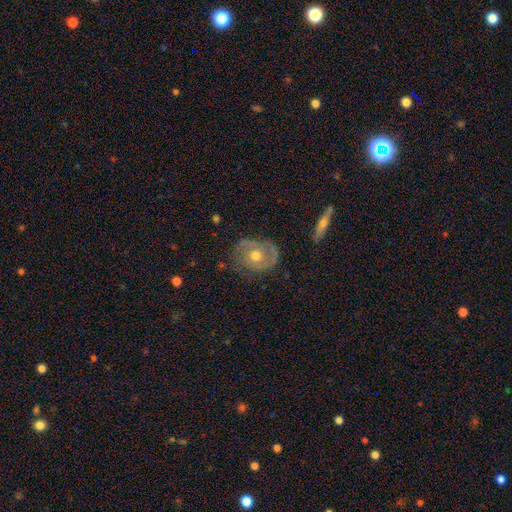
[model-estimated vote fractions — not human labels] Morphology: type=featured or disk (70%); edge-on=no (95%); bar=no (81%); spiral arms=yes (75%); bulge=moderate (72%); merging=none (66%).